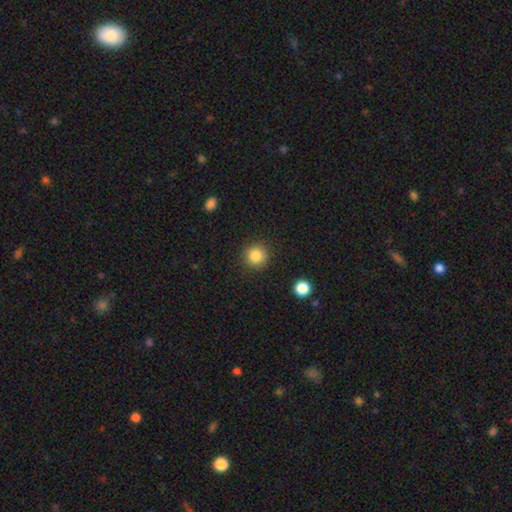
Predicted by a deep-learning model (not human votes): smooth_or_featured: smooth (p=0.85) [alt: star or artifact p=0.10]
how_rounded: round (p=0.94) [alt: in between p=0.05]
merging: none (p=0.90) [alt: minor disturbance p=0.07]